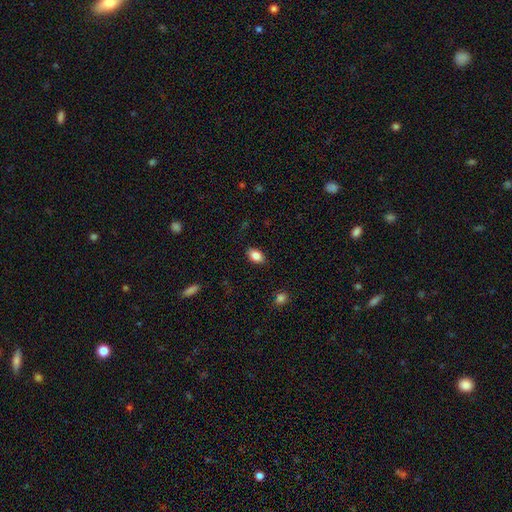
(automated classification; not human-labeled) This appears to be a smooth galaxy with no disk features (85%) that is in between round and cigar-shaped (89%). Merging: none (86%).